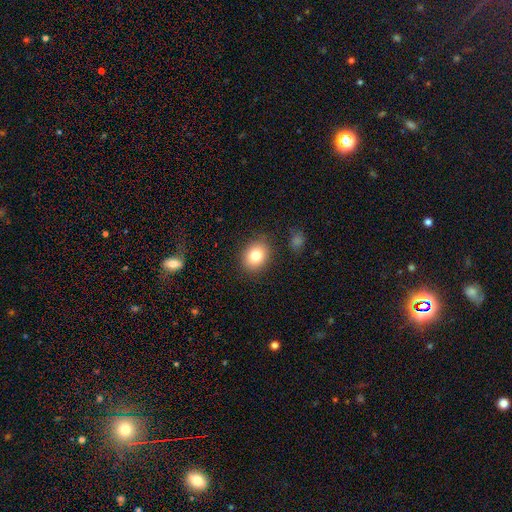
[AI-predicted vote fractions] The model was most divided on "how rounded": round: 50%, in between: 49%, cigar-shaped: 1%. More confident: merging — none (84%); smooth or featured — smooth (81%).